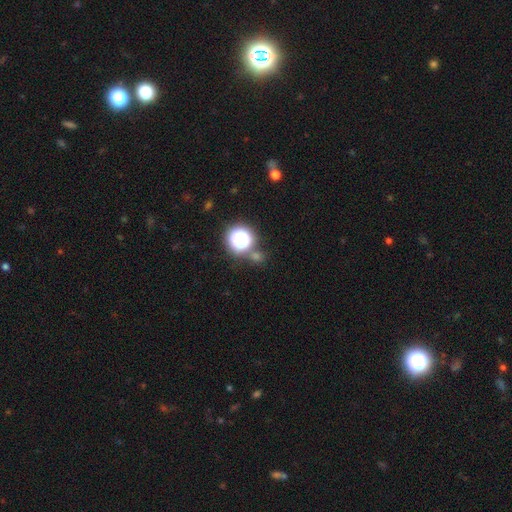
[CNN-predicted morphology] This is possibly a star or artifact rather than a galaxy (53%).